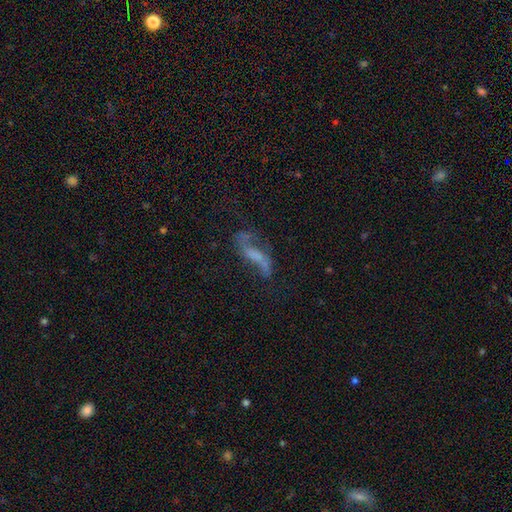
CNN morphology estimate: This is likely a featured or disk galaxy (64%). It is clearly not viewed edge-on (85%). Bar: marginally no (41%). Spiral arm pattern: likely yes (74%). Central bulge: possibly none (51%). Merging: possibly none (46%).